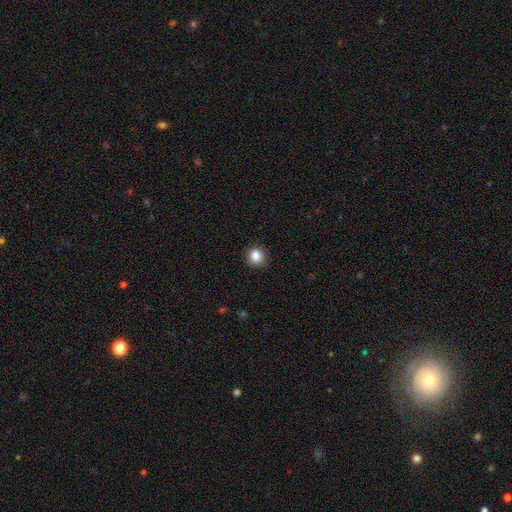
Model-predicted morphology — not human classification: This appears to be a smooth galaxy with no disk features (85%) that is round (85%). Merging: none (90%).